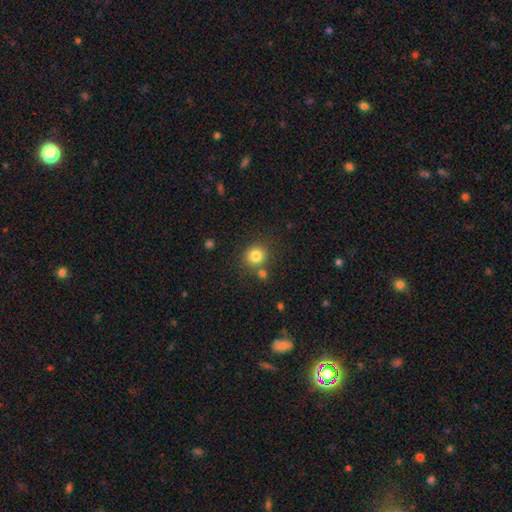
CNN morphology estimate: Smooth or featured?
  - smooth: 82% *
  - star or artifact: 12%
  - featured or disk: 6%
How rounded?
  - round: 89% *
  - in between: 11%
  - cigar-shaped: 1%
Merging?
  - none: 75% *
  - merger: 13%
  - minor disturbance: 9%
  - major disturbance: 3%